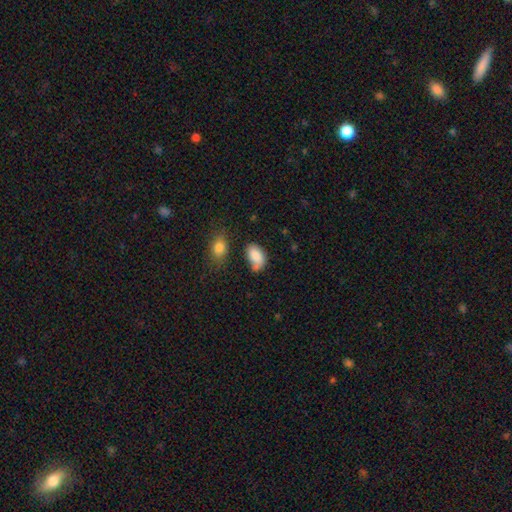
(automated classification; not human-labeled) smooth_or_featured: smooth (p=0.82) [alt: featured or disk p=0.10]
how_rounded: in between (p=0.91) [alt: round p=0.08]
merging: none (p=0.51) [alt: minor disturbance p=0.27]